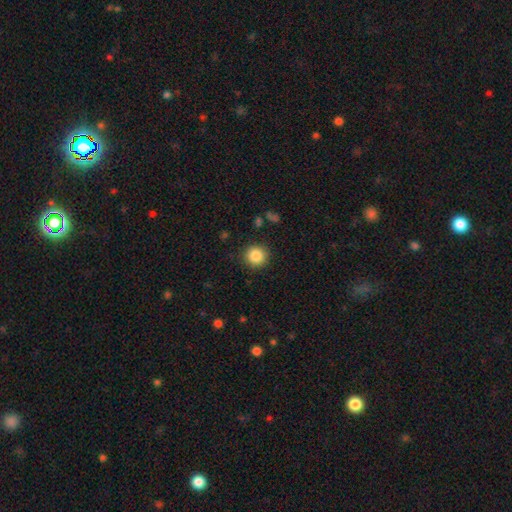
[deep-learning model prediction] This is clearly a smooth galaxy (86%). How rounded: clearly round (93%). Merging: clearly none (90%).